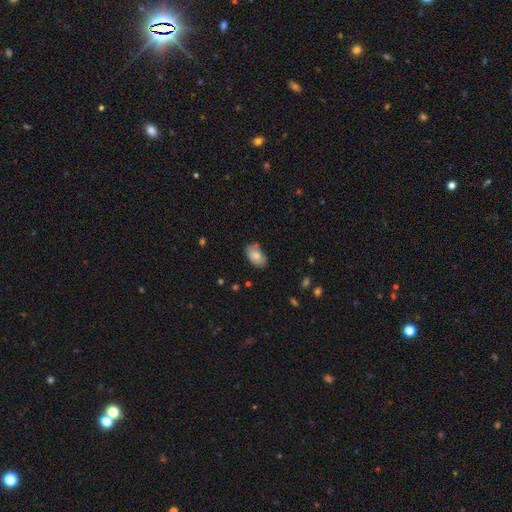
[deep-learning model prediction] smooth-or-featured: smooth: 73% | featured or disk: 19% | star or artifact: 7%
  how-rounded: in between: 91% | round: 8% | cigar-shaped: 1%
  merging: none: 72% | minor disturbance: 22% | major disturbance: 4% | merger: 3%